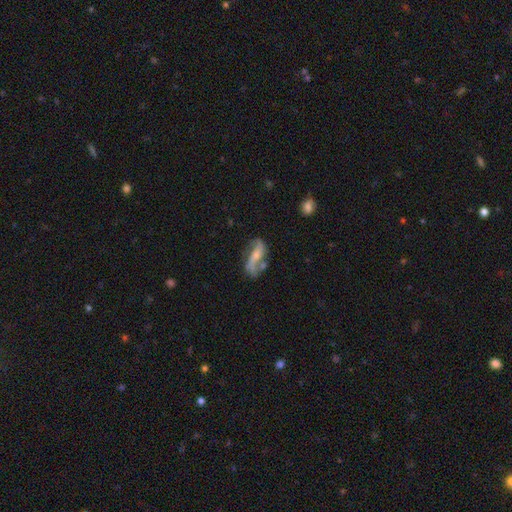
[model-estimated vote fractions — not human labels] A featured or disk galaxy (73%) with no bar (41%), 2 (87%) loose (74%) spiral arms (86%) and a small central bulge (41%).

Vote fractions:
- Smooth or featured? featured or disk: 73% / smooth: 20% / star or artifact: 7%
- Edge-on disk? no: 91% / yes: 9%
- Bar? no: 41% / weak: 36% / strong: 23%
- Spiral arms? yes: 86% / no: 14%
- Spiral winding? loose: 74% / medium: 20% / tight: 6%
- Spiral arm count? 2: 87% / can't tell: 5% / 1: 5% / 3: 1% / 4: 1% / more than 4: 1%
- Bulge size? small: 41% / moderate: 36% / none: 16% / large: 5% / dominant: 2%
- Merging? none: 48% / minor disturbance: 22% / major disturbance: 18% / merger: 12%